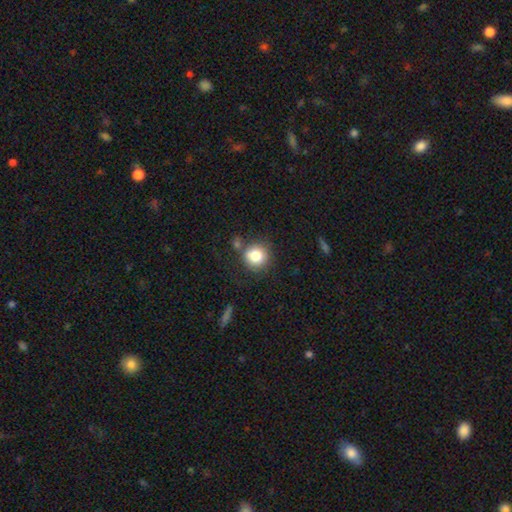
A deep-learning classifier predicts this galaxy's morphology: Q: Smooth or featured?
A: smooth (82%); runner-up: star or artifact (10%)
Q: How rounded?
A: round (90%); runner-up: in between (9%)
Q: Merging?
A: none (71%); runner-up: minor disturbance (13%)